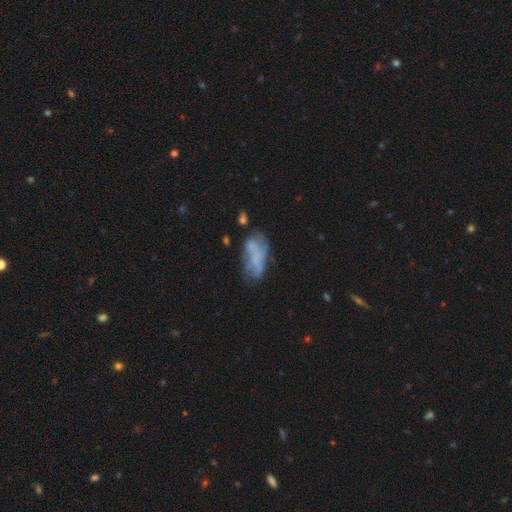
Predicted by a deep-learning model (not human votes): smooth_or_featured: featured or disk (p=0.46) [alt: smooth p=0.43]
merging: none (p=0.42) [alt: minor disturbance p=0.25]